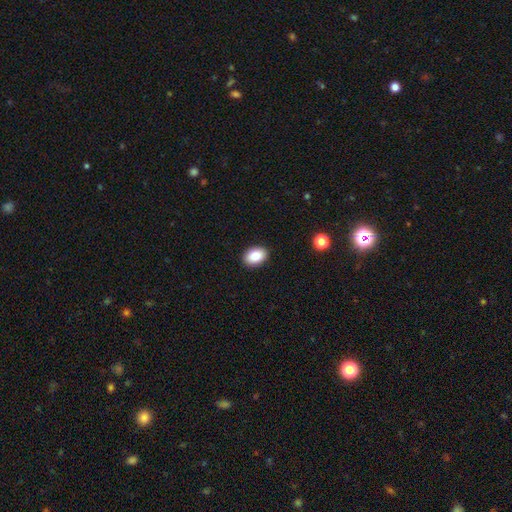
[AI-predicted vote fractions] Overall: smooth (85%). How rounded: in between (84%). Merging: none (90%).